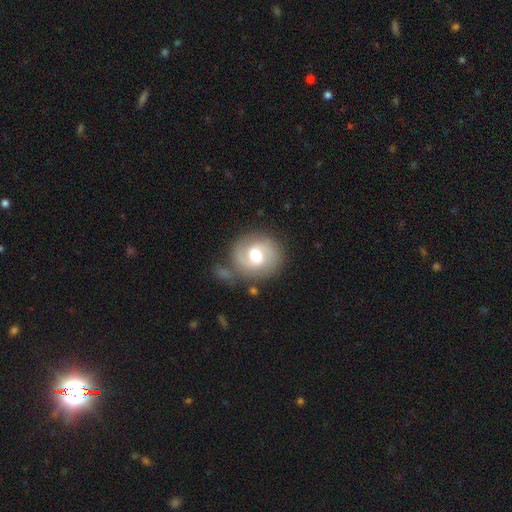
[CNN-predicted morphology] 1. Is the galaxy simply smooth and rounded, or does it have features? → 64% featured or disk, 30% smooth, 6% star or artifact.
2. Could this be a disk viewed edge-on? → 97% no, 3% yes.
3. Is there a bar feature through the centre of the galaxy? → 51% weak, 35% no, 14% strong.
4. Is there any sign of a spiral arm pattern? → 83% yes, 17% no.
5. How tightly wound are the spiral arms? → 47% medium, 30% tight, 23% loose.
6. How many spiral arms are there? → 86% 2, 7% can't tell, 4% 1, 2% 3, 1% 4, 1% more than 4.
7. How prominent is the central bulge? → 69% moderate, 20% large, 8% small, 2% dominant, 1% none.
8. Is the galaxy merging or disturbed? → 70% none, 16% minor disturbance, 7% major disturbance, 7% merger.